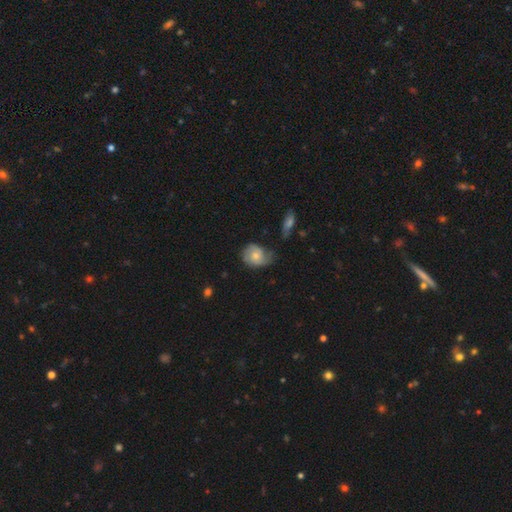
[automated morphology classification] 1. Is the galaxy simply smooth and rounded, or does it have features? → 48% smooth, 45% featured or disk, 7% star or artifact.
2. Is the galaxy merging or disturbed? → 44% none, 35% minor disturbance, 17% major disturbance, 4% merger.